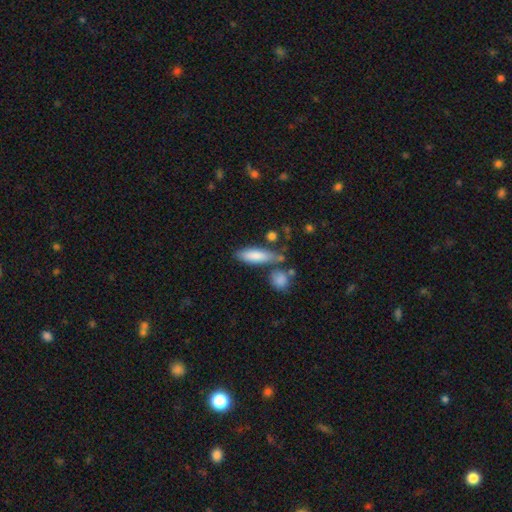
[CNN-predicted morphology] Q: Smooth or featured?
A: smooth (82%); runner-up: featured or disk (12%)
Q: How rounded?
A: in between (54%); runner-up: cigar-shaped (44%)
Q: Merging?
A: none (66%); runner-up: minor disturbance (18%)